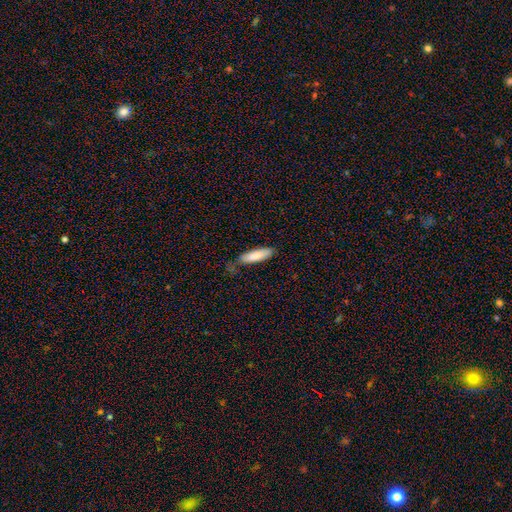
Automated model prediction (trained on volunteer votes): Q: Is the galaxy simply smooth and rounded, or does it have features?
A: smooth — 82%.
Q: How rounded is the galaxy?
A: cigar-shaped — 60%.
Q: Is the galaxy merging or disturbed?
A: none — 71%.